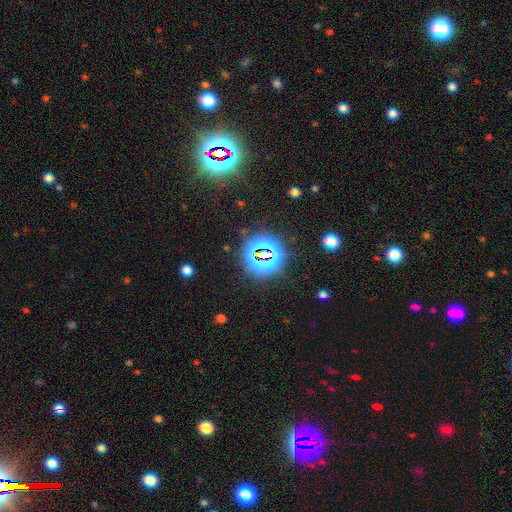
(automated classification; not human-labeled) Morphology: type=star or artifact (79%).